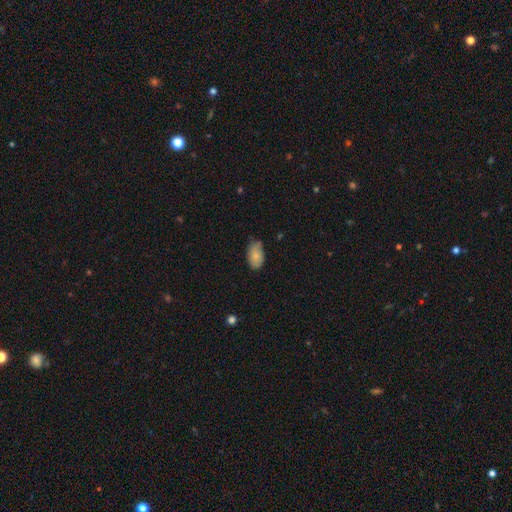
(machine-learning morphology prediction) type=smooth (83%); roundness=in between (93%); merging=none (64%).